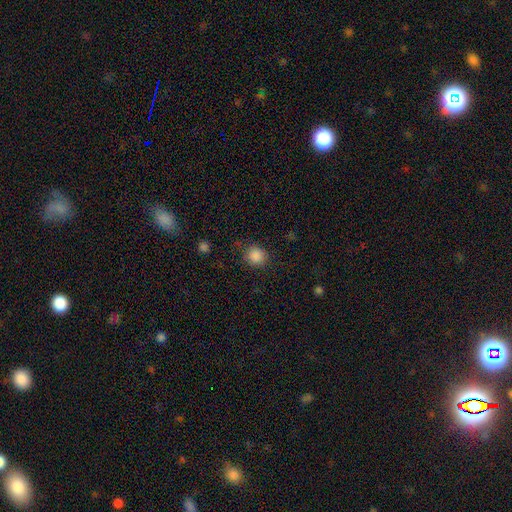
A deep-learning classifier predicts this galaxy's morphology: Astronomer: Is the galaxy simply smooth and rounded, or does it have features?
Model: smooth — 87%.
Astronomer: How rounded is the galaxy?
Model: round — 85%.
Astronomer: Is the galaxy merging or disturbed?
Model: none — 81%.